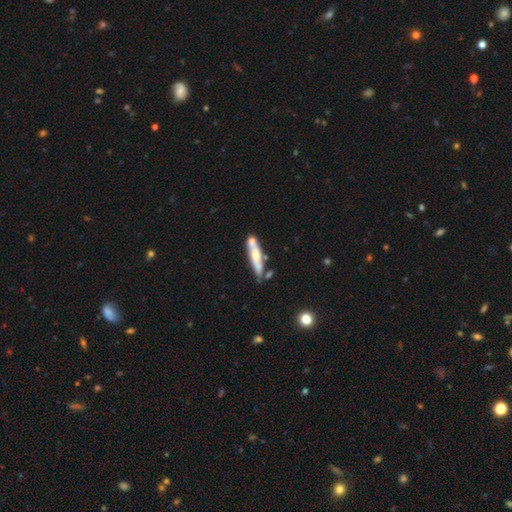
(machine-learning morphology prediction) A smooth galaxy with no disk features (49%). Merging: none (54%).